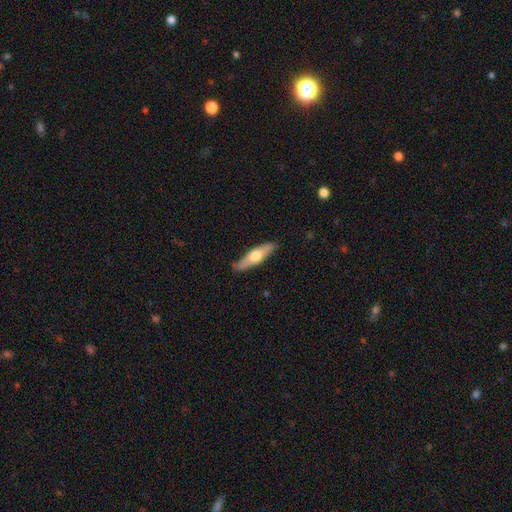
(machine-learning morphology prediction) Smooth or featured: smooth — 51% (featured or disk — 44%)
How rounded: cigar-shaped — 68% (in between — 30%)
Merging: none — 87% (minor disturbance — 10%)